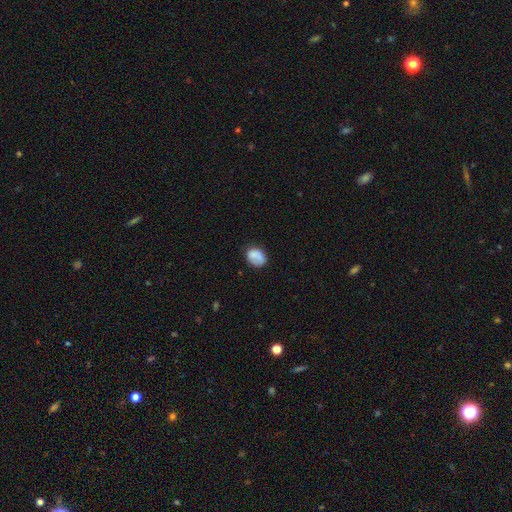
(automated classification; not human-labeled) Smooth or featured: smooth — 79% (featured or disk — 12%)
How rounded: in between — 59% (round — 40%)
Merging: none — 68% (minor disturbance — 22%)